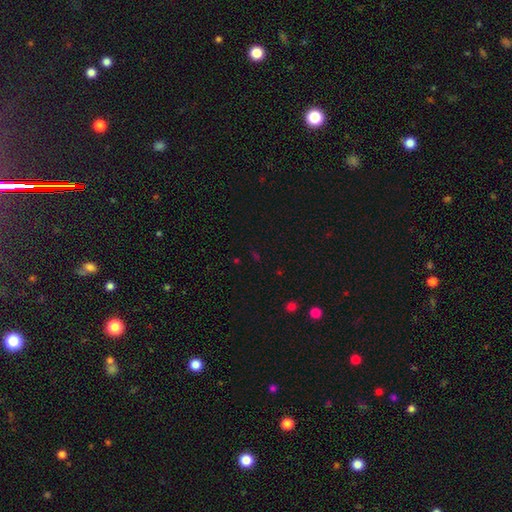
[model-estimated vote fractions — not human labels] A star or artifact, not a galaxy (62%).

Vote fractions:
- Smooth or featured? star or artifact: 62% / smooth: 30% / featured or disk: 8%